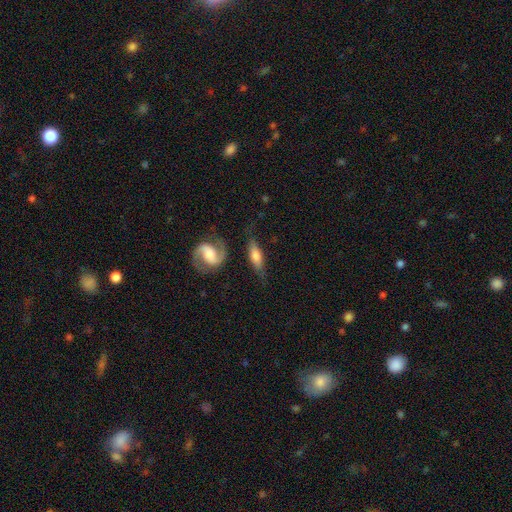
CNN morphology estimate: Overall: featured or disk (47%; smooth 46%). Merging: none (68%).